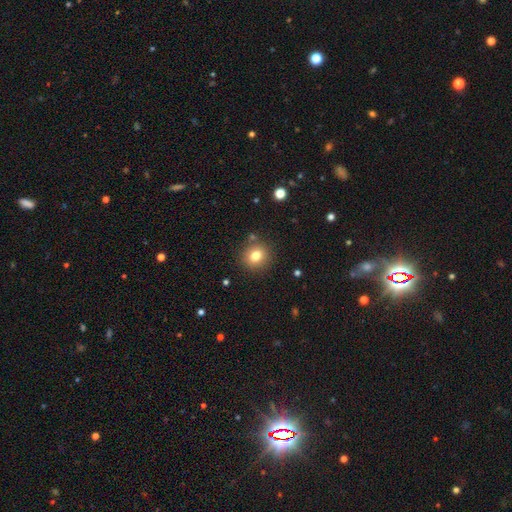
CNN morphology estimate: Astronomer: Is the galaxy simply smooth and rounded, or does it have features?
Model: smooth — 79%.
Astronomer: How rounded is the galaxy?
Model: round — 83%.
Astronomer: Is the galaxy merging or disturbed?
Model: none — 85%.